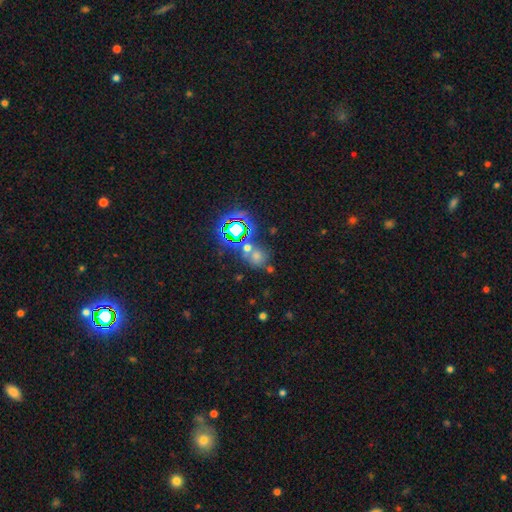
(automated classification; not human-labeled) Smooth or featured: star or artifact — 53% (smooth — 37%)